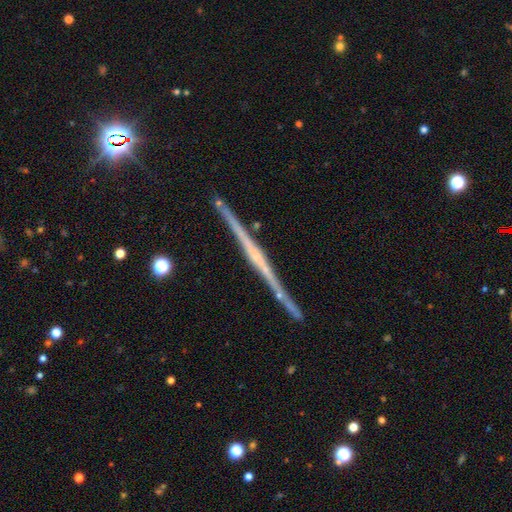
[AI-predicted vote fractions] Q: Smooth or featured?
A: featured or disk (79%); runner-up: smooth (14%)
Q: Edge-on disk?
A: yes (98%); runner-up: no (2%)
Q: Edge-on bulge?
A: none (61%); runner-up: rounded (26%)
Q: Merging?
A: none (89%); runner-up: minor disturbance (7%)